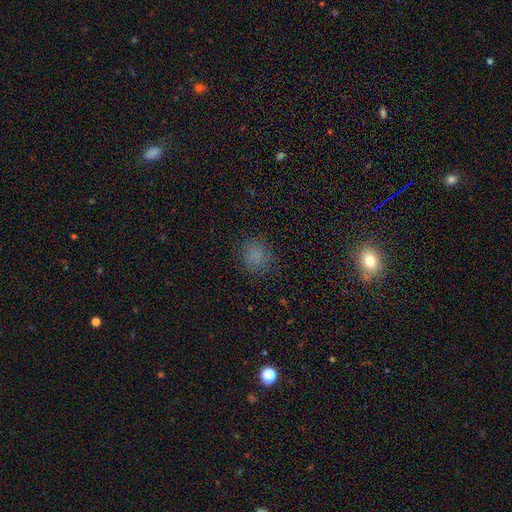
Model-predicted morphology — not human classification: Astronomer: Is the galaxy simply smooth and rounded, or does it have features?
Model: smooth — 76%.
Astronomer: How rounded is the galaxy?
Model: round — 81%.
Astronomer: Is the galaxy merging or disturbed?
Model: none — 83%.